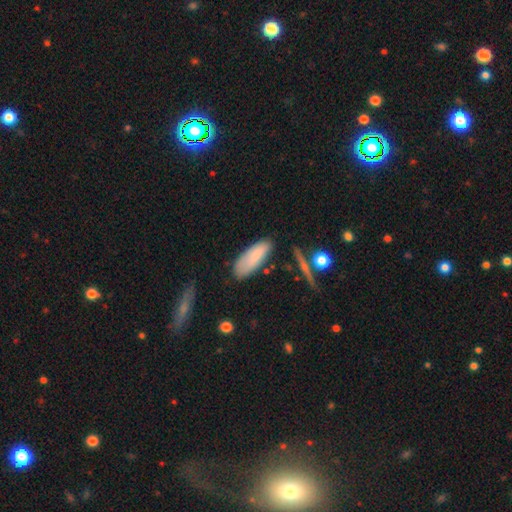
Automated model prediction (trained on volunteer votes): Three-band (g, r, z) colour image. It shows a smooth galaxy with no disk features (81%) that is in between round and cigar-shaped (68%). Merging: none (71%).